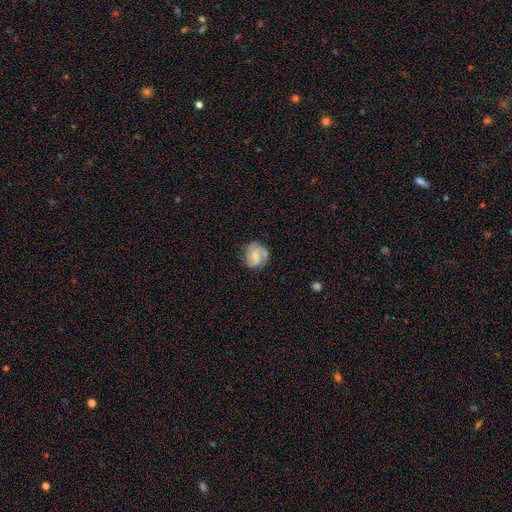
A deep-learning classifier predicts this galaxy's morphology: featured or disk 70%, smooth 23%, star or artifact 7%. Down the decision tree: edge-on disk — no (98%); bar — no (59%); spiral arms — yes (93%); spiral arm count — 2 (40%); spiral winding — medium (46%); bulge size — small (60%); merging — none (73%).